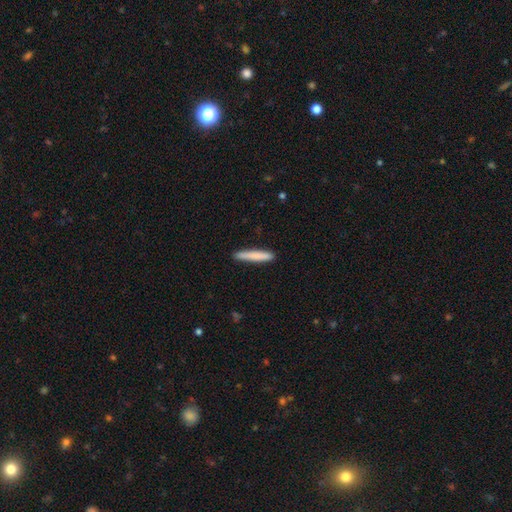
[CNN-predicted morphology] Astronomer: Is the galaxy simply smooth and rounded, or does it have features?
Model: smooth — 80%.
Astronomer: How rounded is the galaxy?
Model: cigar-shaped — 95%.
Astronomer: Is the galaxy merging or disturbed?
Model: none — 89%.